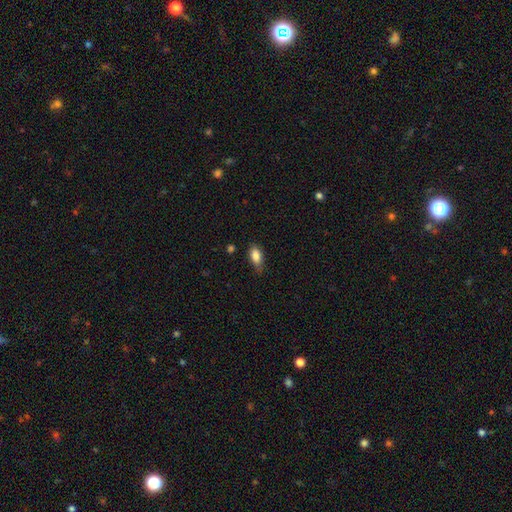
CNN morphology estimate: smooth_or_featured: smooth (p=0.84) [alt: featured or disk p=0.08]
how_rounded: in between (p=0.87) [alt: cigar-shaped p=0.08]
merging: none (p=0.66) [alt: minor disturbance p=0.27]